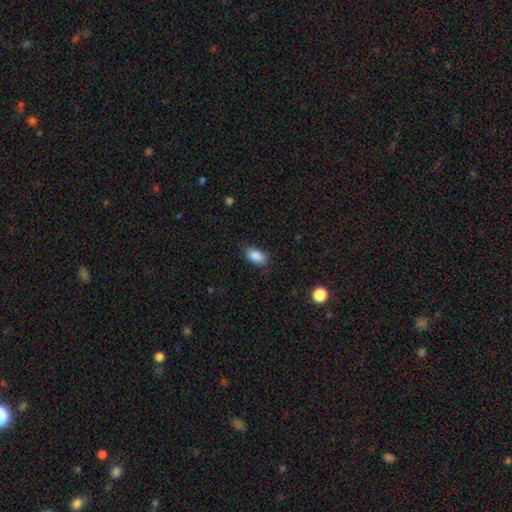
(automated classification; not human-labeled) A smooth galaxy with no disk features (89%) that is in between round and cigar-shaped (92%). Merging: none (82%).